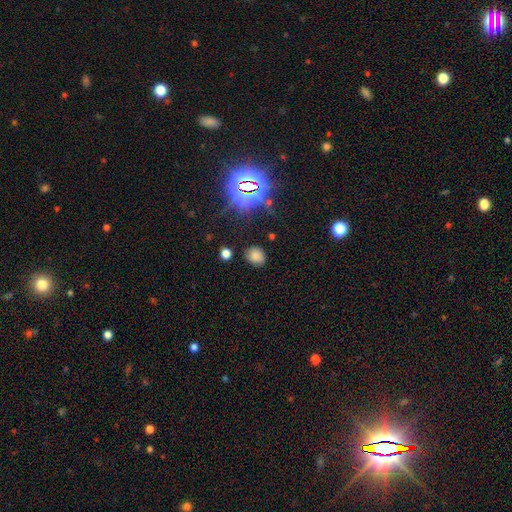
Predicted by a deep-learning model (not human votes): Smooth or featured?
  - smooth: 71% *
  - star or artifact: 20%
  - featured or disk: 8%
How rounded?
  - round: 62% *
  - in between: 37%
  - cigar-shaped: 1%
Merging?
  - none: 78% *
  - minor disturbance: 15%
  - major disturbance: 4%
  - merger: 3%